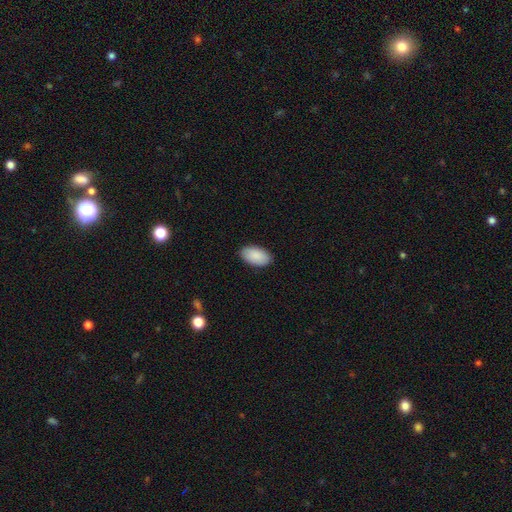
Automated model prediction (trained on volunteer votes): Smooth or featured? smooth (91%)
How rounded? in between (96%)
Merging? none (88%)